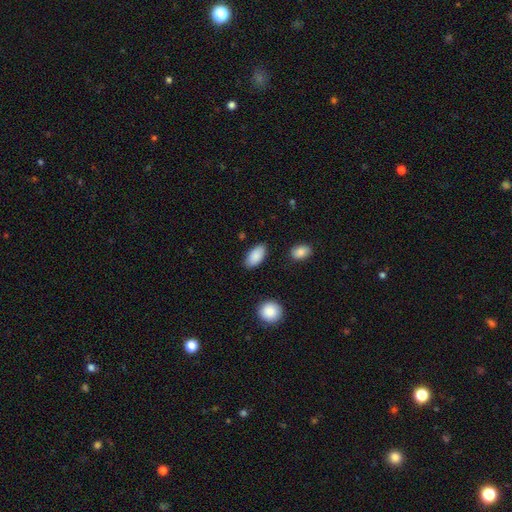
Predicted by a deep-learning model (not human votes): A smooth galaxy with no disk features (89%) that is in between round and cigar-shaped (94%). Merging: none (86%).